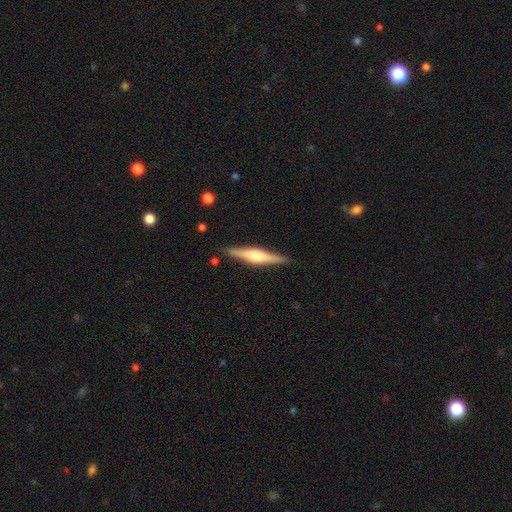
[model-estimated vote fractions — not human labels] The model was most divided on "smooth or featured": featured or disk: 66%, smooth: 29%, star or artifact: 5%. More confident: edge-on disk — yes (97%); merging — none (88%); edge-on bulge — rounded (82%).